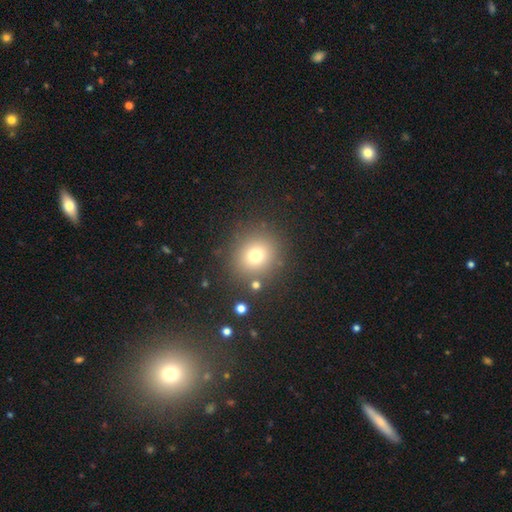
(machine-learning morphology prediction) Smooth or featured?
  - smooth: 72% *
  - star or artifact: 17%
  - featured or disk: 10%
How rounded?
  - round: 86% *
  - in between: 13%
  - cigar-shaped: 1%
Merging?
  - none: 84% *
  - minor disturbance: 8%
  - major disturbance: 4%
  - merger: 4%